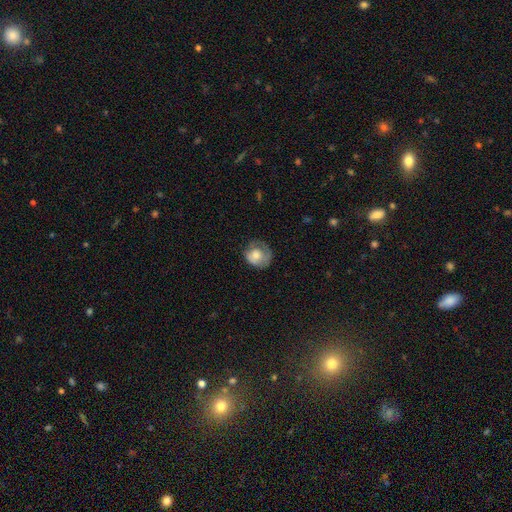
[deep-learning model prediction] smooth_or_featured: smooth (p=0.62) [alt: featured or disk p=0.31]
how_rounded: round (p=0.79) [alt: in between p=0.20]
merging: none (p=0.50) [alt: minor disturbance p=0.28]